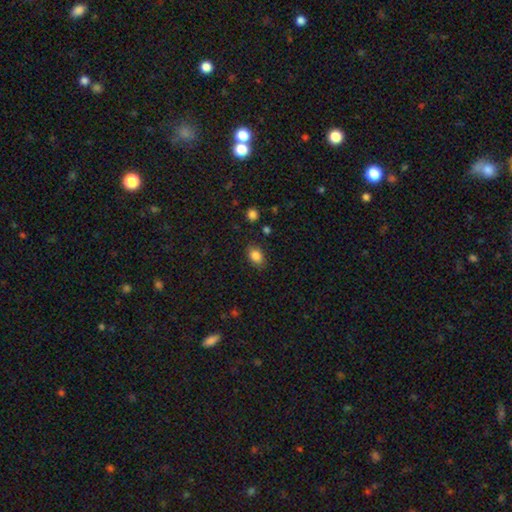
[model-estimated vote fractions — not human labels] Q: Smooth or featured?
A: smooth (85%); runner-up: star or artifact (9%)
Q: How rounded?
A: in between (77%); runner-up: round (22%)
Q: Merging?
A: none (82%); runner-up: minor disturbance (13%)